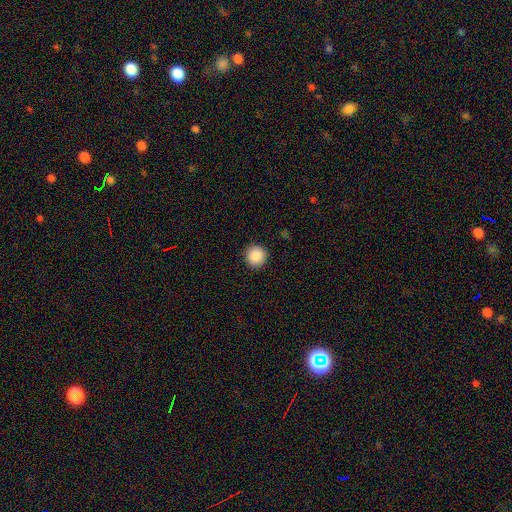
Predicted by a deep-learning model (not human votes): The model was most divided on "smooth or featured": smooth: 89%, star or artifact: 8%, featured or disk: 3%. More confident: how rounded — round (95%); merging — none (93%).